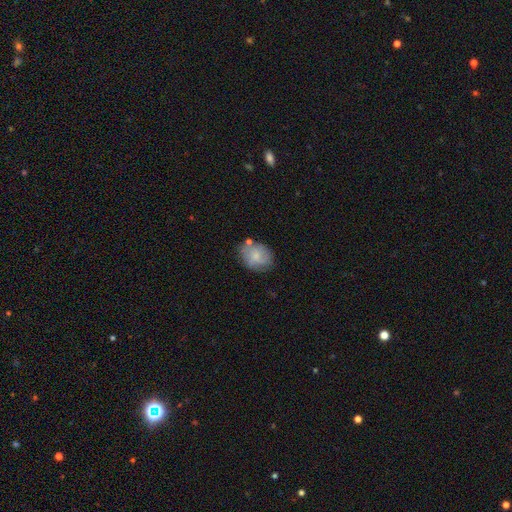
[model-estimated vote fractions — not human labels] Smooth or featured: smooth — 55% (featured or disk — 37%)
How rounded: in between — 56% (round — 43%)
Merging: none — 64% (minor disturbance — 22%)